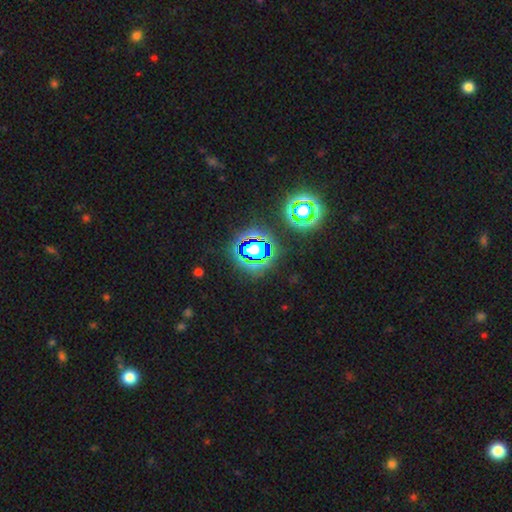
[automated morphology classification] Q: Smooth or featured?
A: star or artifact (78%); runner-up: smooth (15%)